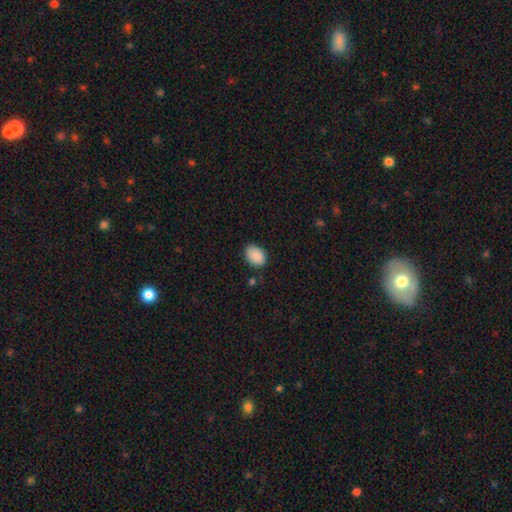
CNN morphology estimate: This is clearly a smooth galaxy (89%). How rounded: likely in between (74%). Merging: clearly none (82%).